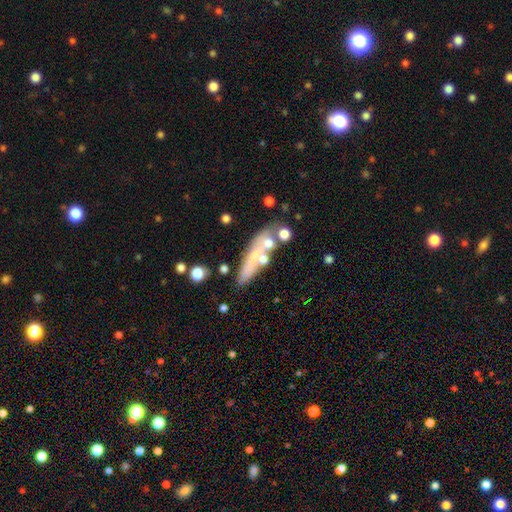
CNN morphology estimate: Smooth or featured?
  - smooth: 47% *
  - featured or disk: 40%
  - star or artifact: 13%
Merging?
  - none: 53% *
  - minor disturbance: 19%
  - merger: 18%
  - major disturbance: 11%